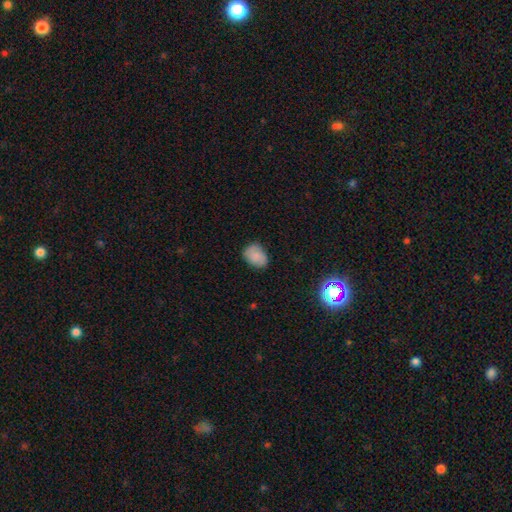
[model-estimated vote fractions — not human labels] Overall: smooth (85%). How rounded: in between (73%). Merging: none (76%).